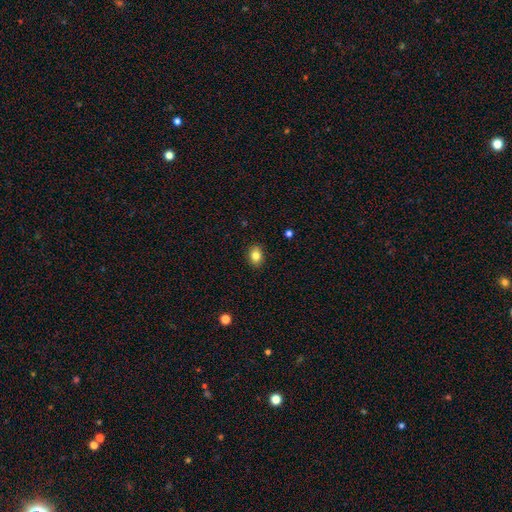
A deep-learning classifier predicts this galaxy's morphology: smooth-or-featured: smooth: 83% | star or artifact: 10% | featured or disk: 7%
  how-rounded: in between: 59% | round: 41% | cigar-shaped: 1%
  merging: none: 90% | minor disturbance: 8% | major disturbance: 2% | merger: 1%